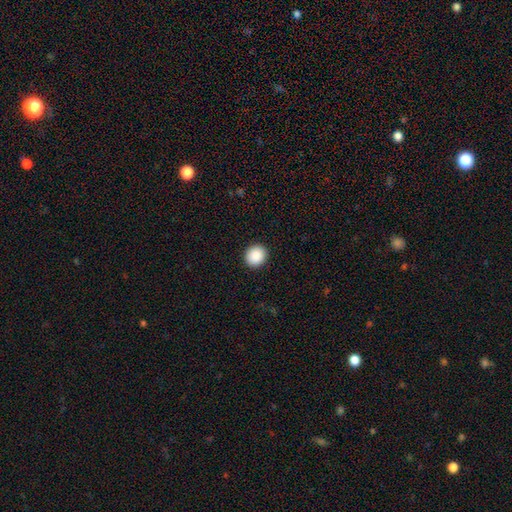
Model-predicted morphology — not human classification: A smooth galaxy with no disk features (89%) that is round (82%). Merging: none (92%).